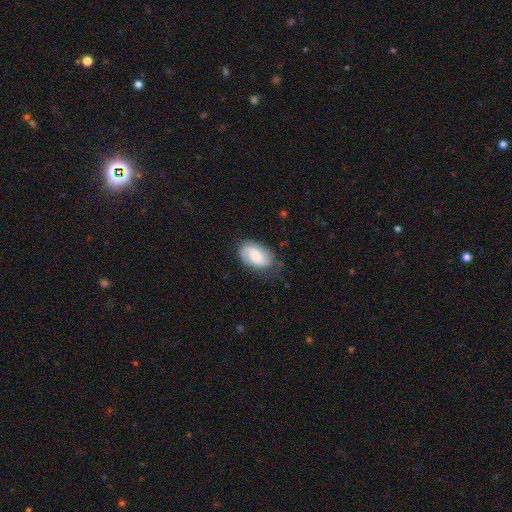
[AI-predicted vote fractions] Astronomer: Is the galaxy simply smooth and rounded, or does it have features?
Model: smooth — 59% (runner-up: featured or disk, 34%).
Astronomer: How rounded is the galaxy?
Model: in between — 92%.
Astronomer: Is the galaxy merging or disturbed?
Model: none — 67%.